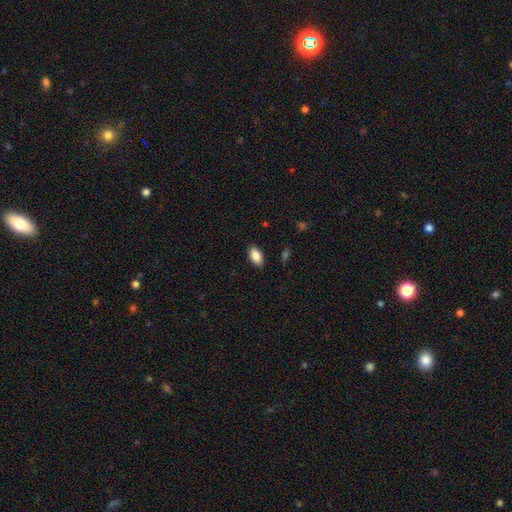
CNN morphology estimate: smooth_or_featured: smooth (p=0.87) [alt: star or artifact p=0.07]
how_rounded: in between (p=0.93) [alt: round p=0.04]
merging: none (p=0.87) [alt: minor disturbance p=0.10]